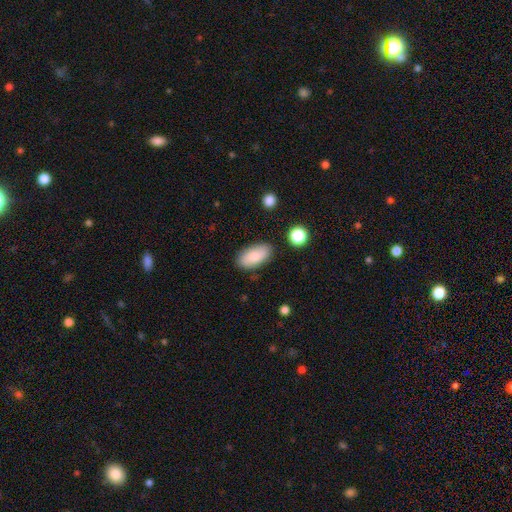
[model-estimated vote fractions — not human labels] Overall: smooth (80%). How rounded: in between (94%). Merging: none (83%).